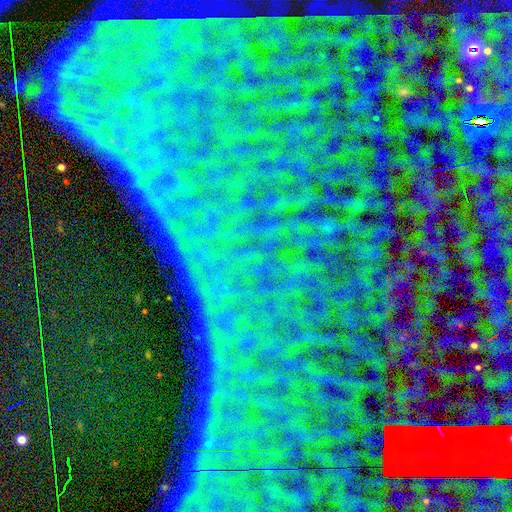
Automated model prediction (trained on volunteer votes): smooth_or_featured: star or artifact (p=0.84) [alt: featured or disk p=0.08]